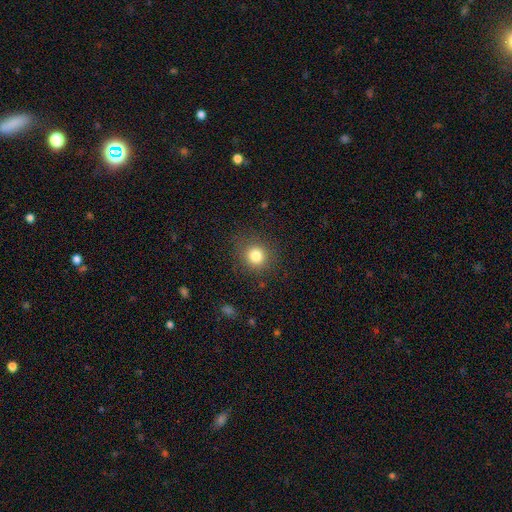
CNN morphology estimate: A smooth galaxy with no disk features (82%) that is round (87%).

Vote fractions:
- Smooth or featured? smooth: 82% / star or artifact: 12% / featured or disk: 7%
- How rounded? round: 87% / in between: 12% / cigar-shaped: 1%
- Merging? none: 85% / minor disturbance: 10% / major disturbance: 4% / merger: 1%